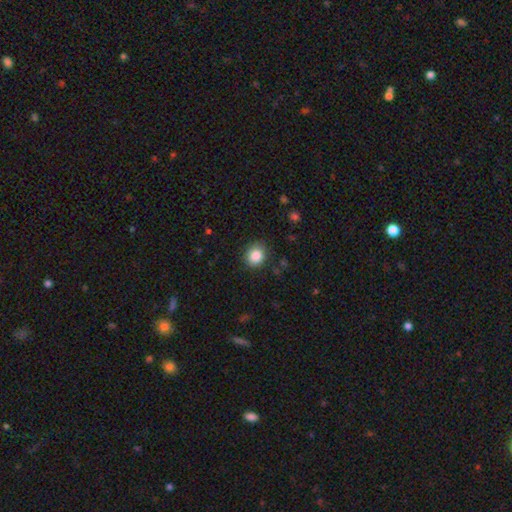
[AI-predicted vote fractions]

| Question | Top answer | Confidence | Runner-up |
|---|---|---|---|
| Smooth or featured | smooth | 86% | star or artifact (9%) |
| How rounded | round | 77% | in between (22%) |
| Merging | none | 85% | minor disturbance (11%) |